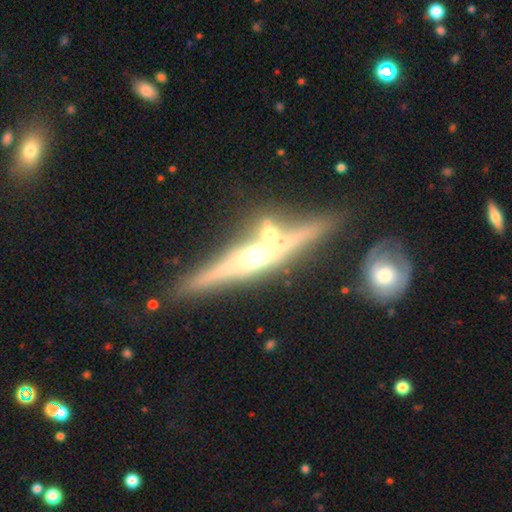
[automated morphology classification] Overall: featured or disk (81%). Edge-on disk: yes (96%). Edge-on bulge: rounded (88%). Merging: none (72%).